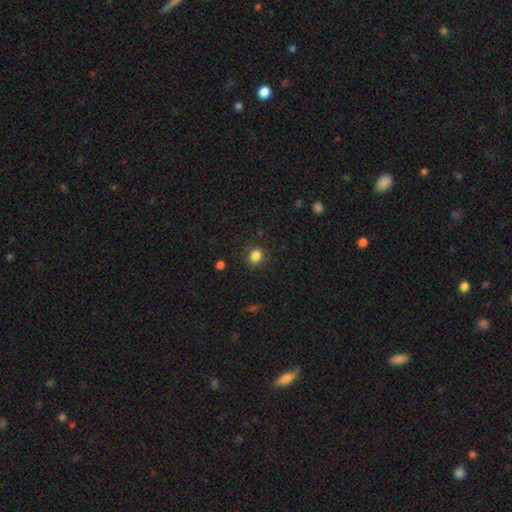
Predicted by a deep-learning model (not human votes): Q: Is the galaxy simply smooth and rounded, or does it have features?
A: smooth — 84%.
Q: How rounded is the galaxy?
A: round — 78%.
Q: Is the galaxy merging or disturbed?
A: none — 87%.